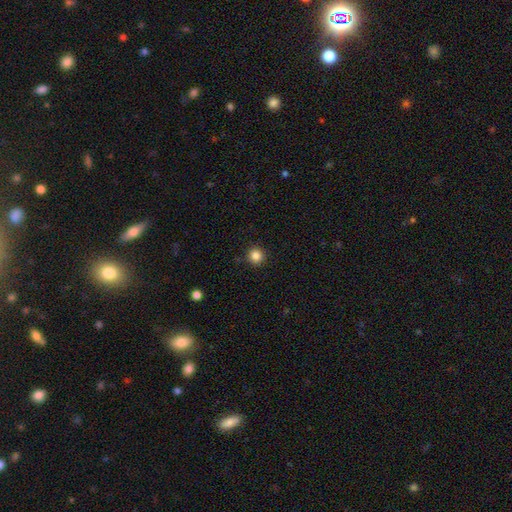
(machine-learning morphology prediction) type=smooth (85%); roundness=round (94%); merging=none (92%).